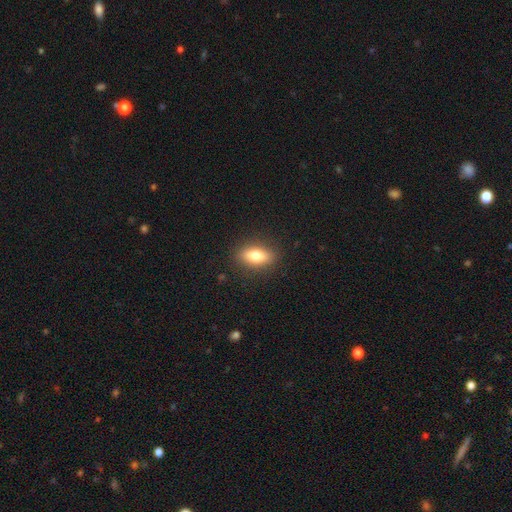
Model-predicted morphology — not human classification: This is likely a smooth galaxy (75%). How rounded: likely in between (77%). Merging: clearly none (87%).